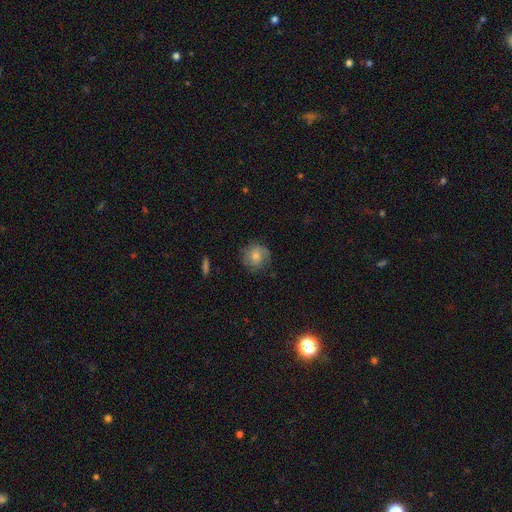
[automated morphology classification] featured or disk 46%, smooth 43%, star or artifact 11%. Down the decision tree: merging — none (75%).